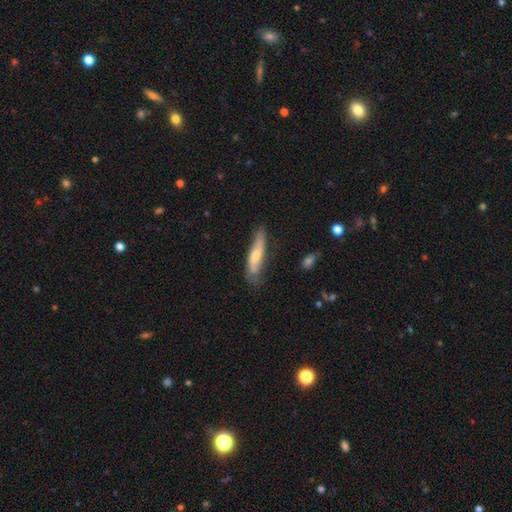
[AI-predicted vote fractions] Smooth or featured?
  - smooth: 50% *
  - featured or disk: 44%
  - star or artifact: 6%
Merging?
  - none: 56% *
  - minor disturbance: 30%
  - major disturbance: 10%
  - merger: 3%